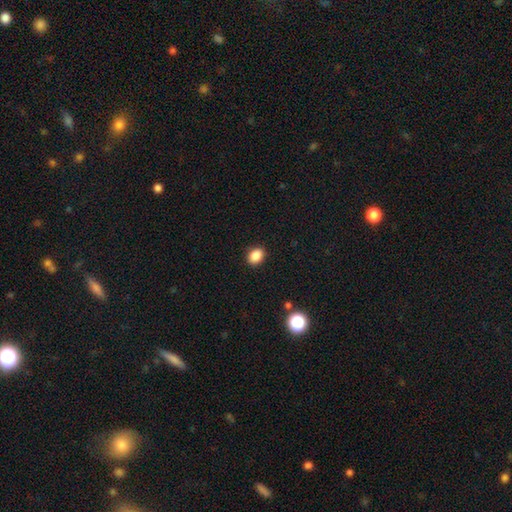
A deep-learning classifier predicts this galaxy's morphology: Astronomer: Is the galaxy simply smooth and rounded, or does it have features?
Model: smooth — 87%.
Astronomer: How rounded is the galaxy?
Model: in between — 60% (runner-up: round, 39%).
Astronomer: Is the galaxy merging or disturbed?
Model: none — 90%.